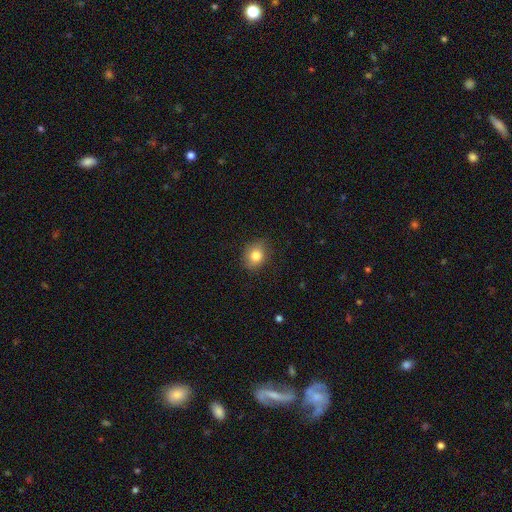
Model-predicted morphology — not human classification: Smooth or featured?
  - smooth: 81% *
  - star or artifact: 10%
  - featured or disk: 9%
How rounded?
  - round: 55% *
  - in between: 44%
  - cigar-shaped: 1%
Merging?
  - none: 82% *
  - minor disturbance: 14%
  - major disturbance: 3%
  - merger: 1%